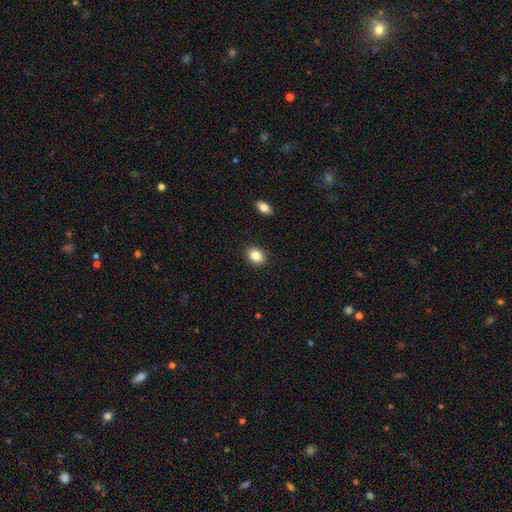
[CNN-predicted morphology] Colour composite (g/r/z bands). It shows a smooth galaxy with no disk features (84%) that is in between round and cigar-shaped (69%). Merging: none (90%).